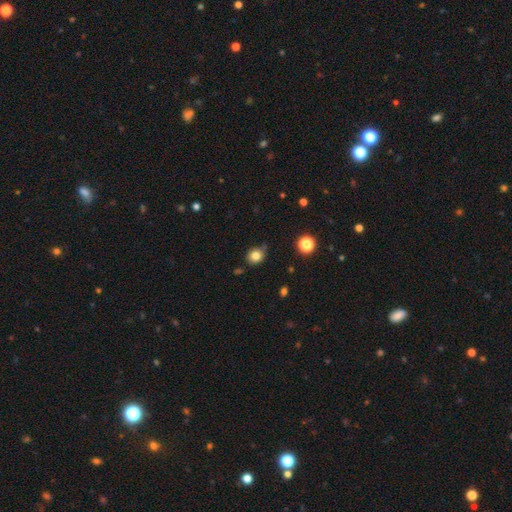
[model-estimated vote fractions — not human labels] This is clearly a smooth galaxy (81%). How rounded: likely round (71%). Merging: likely none (75%).